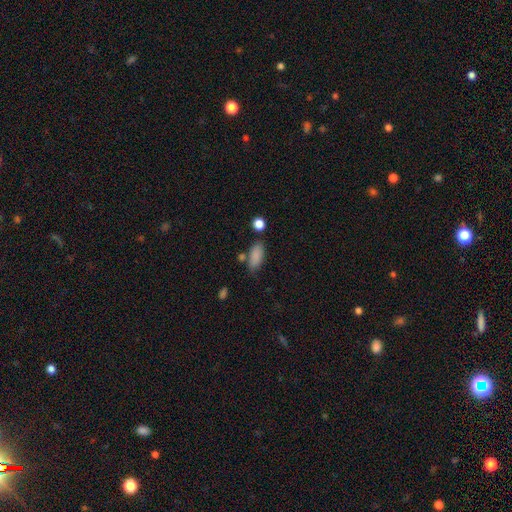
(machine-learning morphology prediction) smooth-or-featured: smooth: 86% | star or artifact: 8% | featured or disk: 6%
  how-rounded: in between: 83% | cigar-shaped: 14% | round: 3%
  merging: none: 70% | minor disturbance: 16% | merger: 9% | major disturbance: 5%